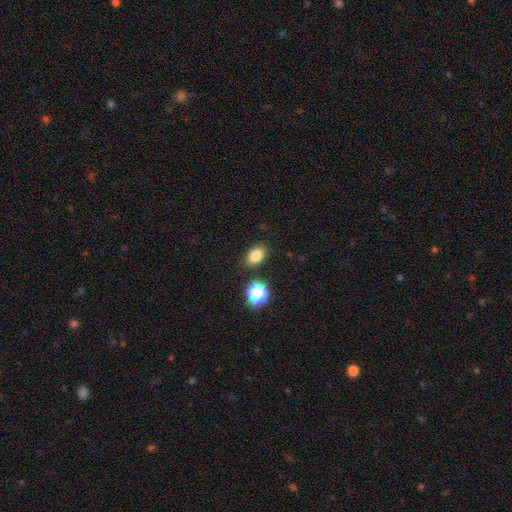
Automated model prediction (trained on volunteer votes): Smooth or featured: smooth — 81% (star or artifact — 13%)
How rounded: in between — 77% (round — 21%)
Merging: none — 83% (minor disturbance — 10%)